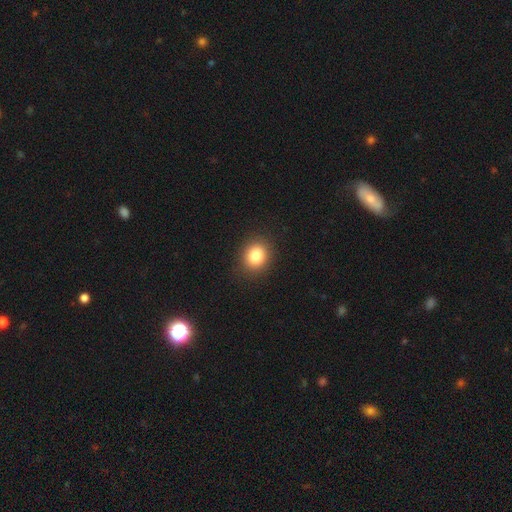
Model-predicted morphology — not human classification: Overall: smooth (84%). How rounded: round (66%; in between 33%). Merging: none (89%).